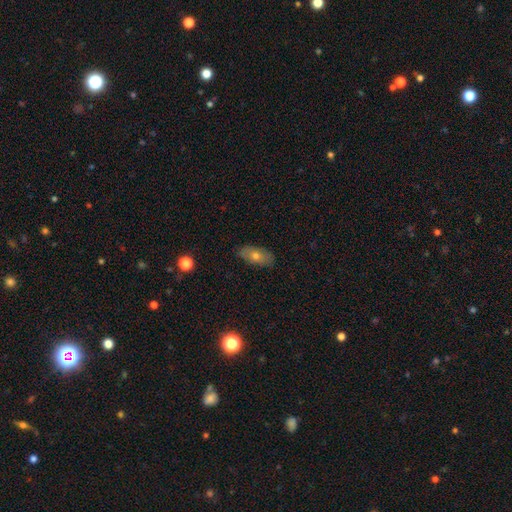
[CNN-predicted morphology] type=smooth (59%); roundness=in between (84%); merging=none (85%).